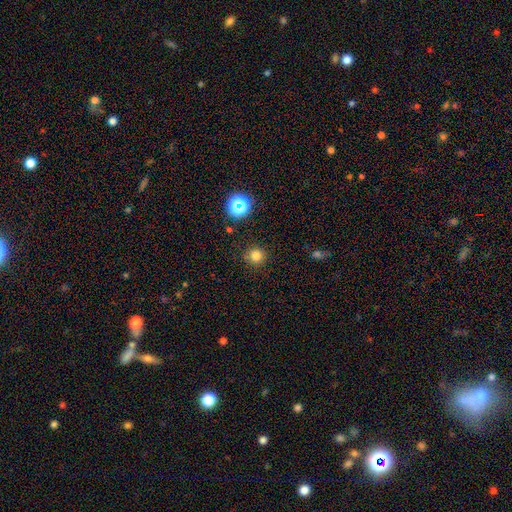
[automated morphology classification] Overall: smooth (78%). How rounded: round (95%). Merging: none (88%).